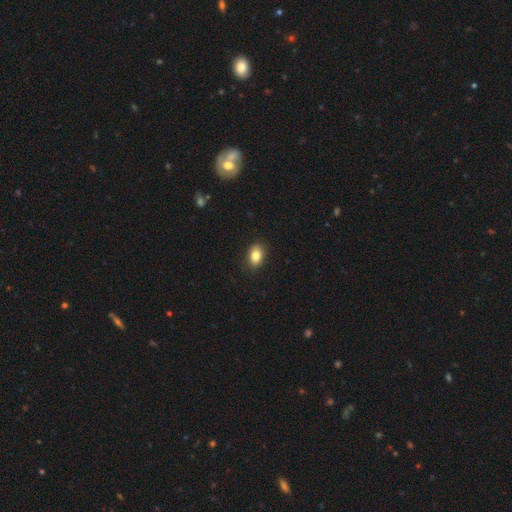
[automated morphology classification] A smooth galaxy with no disk features (84%) that is in between round and cigar-shaped (80%).

Vote fractions:
- Smooth or featured? smooth: 84% / star or artifact: 9% / featured or disk: 7%
- How rounded? in between: 80% / round: 19% / cigar-shaped: 1%
- Merging? none: 89% / minor disturbance: 8% / major disturbance: 2% / merger: 1%